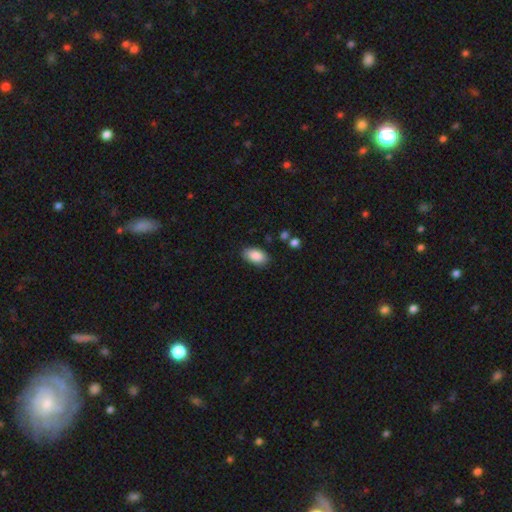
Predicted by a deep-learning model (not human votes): smooth_or_featured: smooth (p=0.88) [alt: star or artifact p=0.07]
how_rounded: in between (p=0.94) [alt: round p=0.04]
merging: none (p=0.85) [alt: minor disturbance p=0.11]